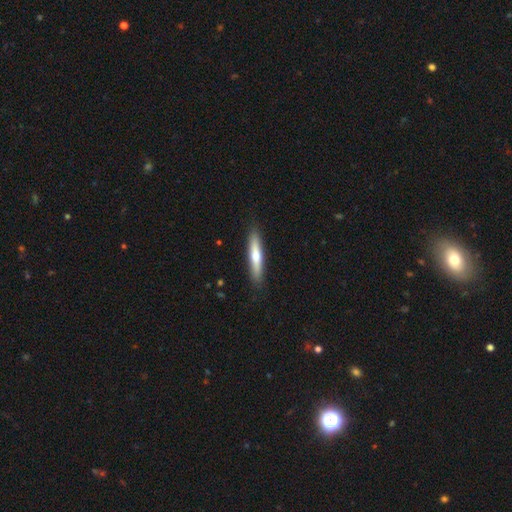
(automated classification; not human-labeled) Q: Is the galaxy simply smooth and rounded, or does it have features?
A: smooth — 54%.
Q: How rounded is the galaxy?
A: cigar-shaped — 89%.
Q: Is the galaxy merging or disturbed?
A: none — 89%.